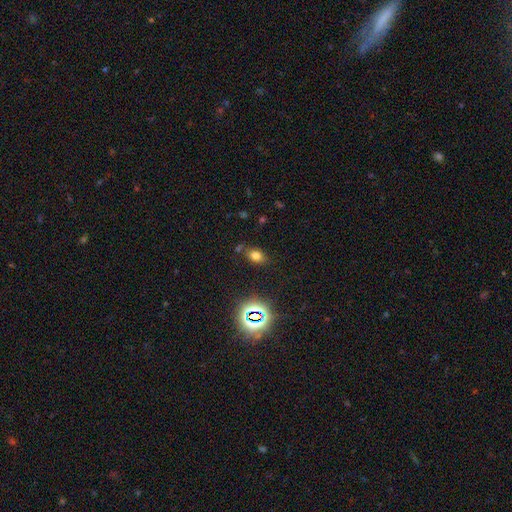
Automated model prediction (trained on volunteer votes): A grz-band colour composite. It shows a smooth galaxy with no disk features (68%) that is in between round and cigar-shaped (74%). Merging: none (77%).